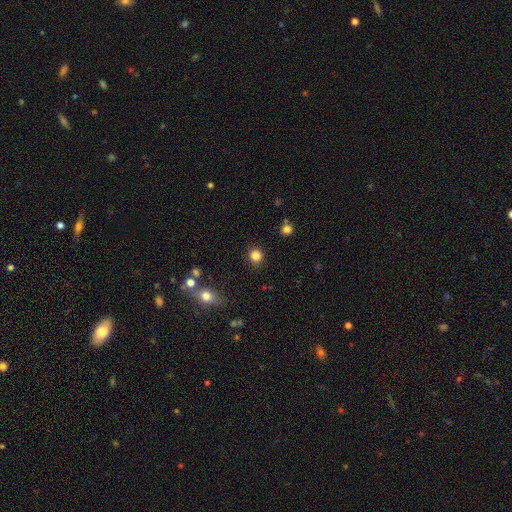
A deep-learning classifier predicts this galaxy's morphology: type=smooth (84%); roundness=round (88%); merging=none (88%).